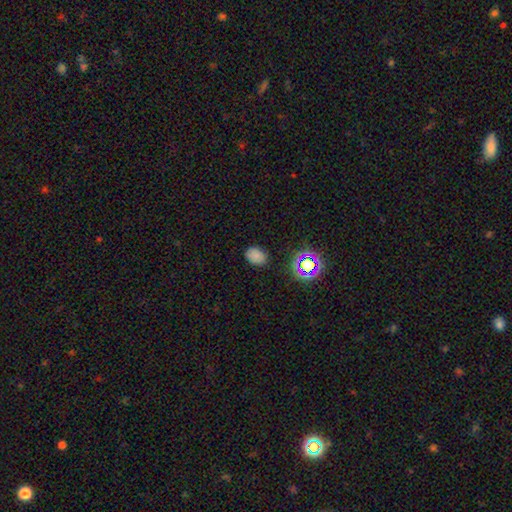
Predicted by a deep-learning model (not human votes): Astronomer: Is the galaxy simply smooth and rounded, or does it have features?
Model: smooth — 74%.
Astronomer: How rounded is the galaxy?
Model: in between — 72%.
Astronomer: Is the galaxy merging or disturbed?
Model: none — 82%.